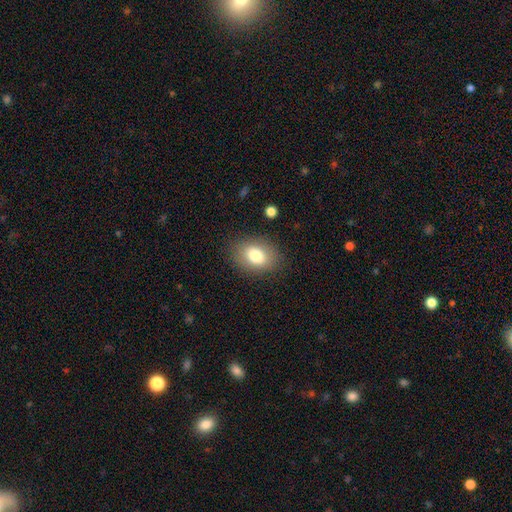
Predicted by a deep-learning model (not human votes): Morphology: type=smooth (79%); roundness=in between (76%); merging=none (83%).